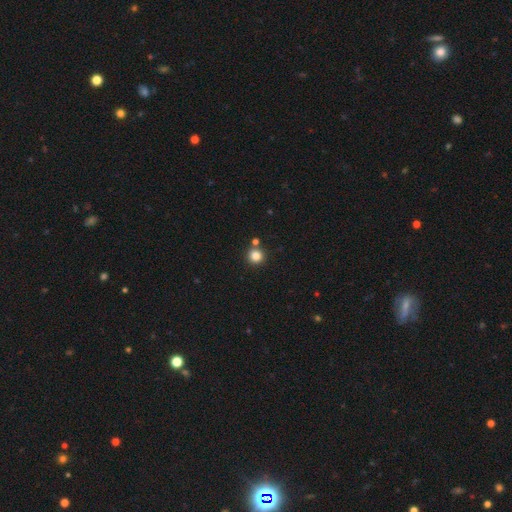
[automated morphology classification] Smooth or featured? smooth (83%)
How rounded? round (93%)
Merging? none (81%)